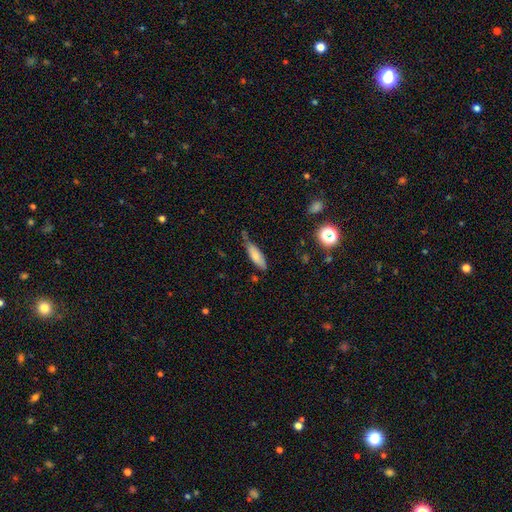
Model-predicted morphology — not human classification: The model was most divided on "how rounded": in between: 53%, cigar-shaped: 45%, round: 2%. More confident: smooth or featured — smooth (75%); merging — none (52%).